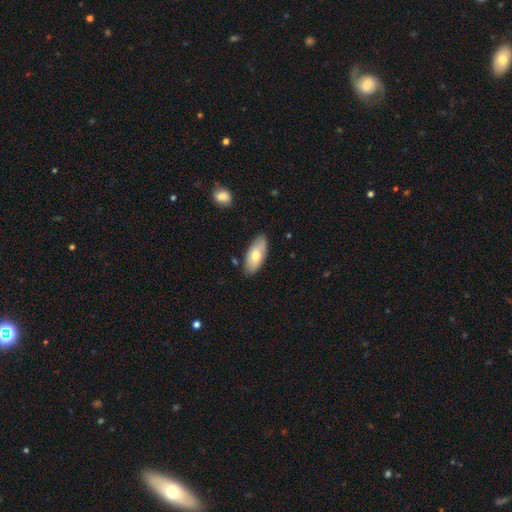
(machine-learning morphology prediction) Overall: smooth (69%). How rounded: in between (90%). Merging: none (84%).